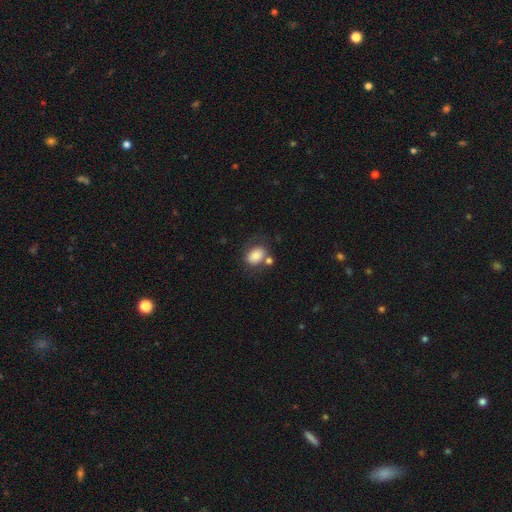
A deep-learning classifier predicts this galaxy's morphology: A smooth galaxy with no disk features (81%) that is in between round and cigar-shaped (69%). Merging: none (55%).